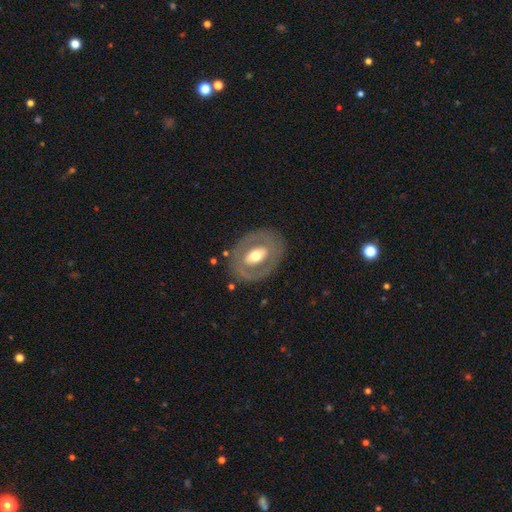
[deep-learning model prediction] featured or disk 61%, smooth 34%, star or artifact 5%. Down the decision tree: edge-on disk — no (92%); bar — no (45%); spiral arms — no (79%); bulge size — moderate (65%); merging — none (79%).